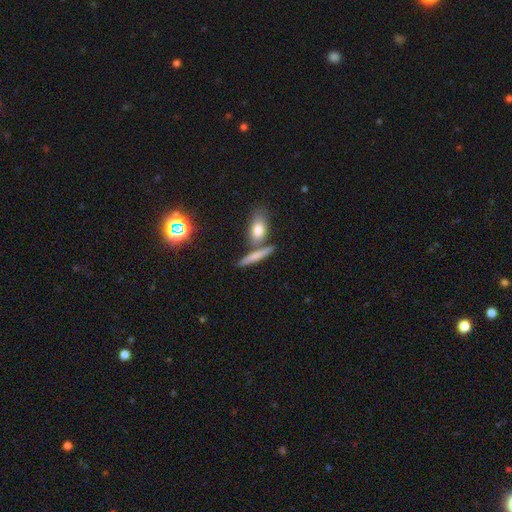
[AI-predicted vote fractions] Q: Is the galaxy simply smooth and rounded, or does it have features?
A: smooth — 65%.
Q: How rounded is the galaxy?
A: cigar-shaped — 73%.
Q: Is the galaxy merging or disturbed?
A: none — 65%.